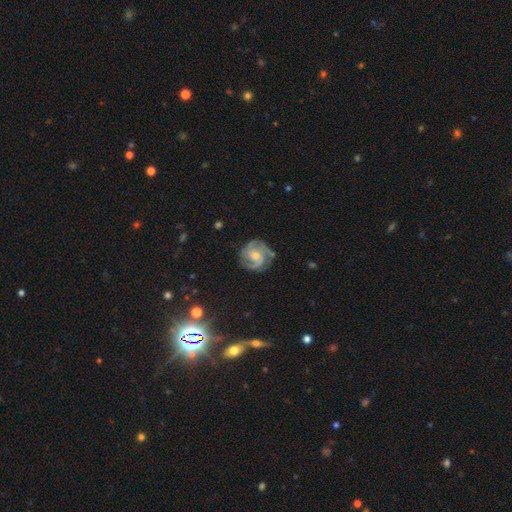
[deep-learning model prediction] The model was most divided on "bulge size": moderate: 46%, small: 44%, none: 5%, large: 4%, dominant: 1%. Remaining: edge-on disk — no (98%); spiral arms — yes (96%); smooth or featured — featured or disk (84%); merging — none (73%); bar — no (65%); spiral winding — tight (48%); spiral arm count — 3 (41%).